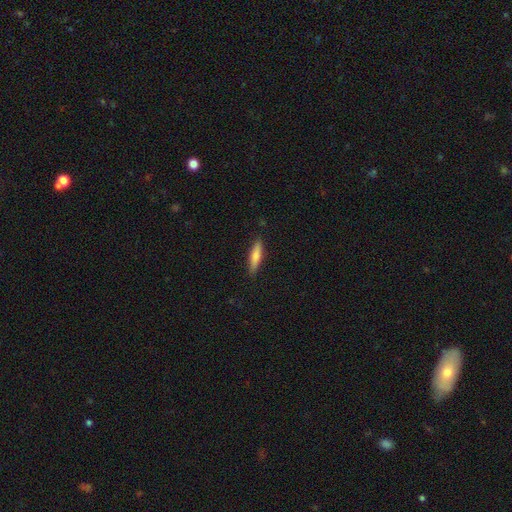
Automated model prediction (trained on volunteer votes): A smooth galaxy with no disk features (75%) that is cigar-shaped (79%). Merging: none (88%).